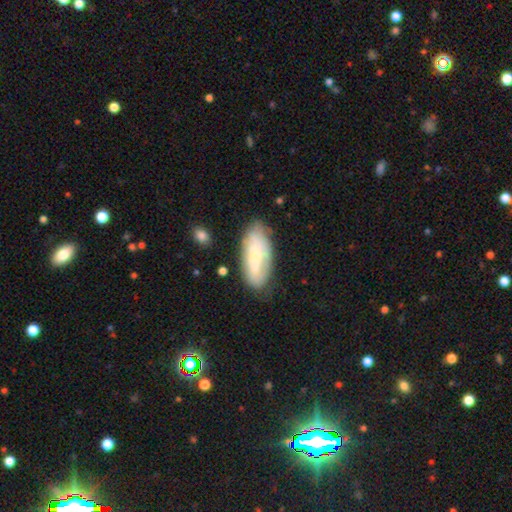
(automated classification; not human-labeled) A smooth galaxy with no disk features (48%). Merging: none (72%).